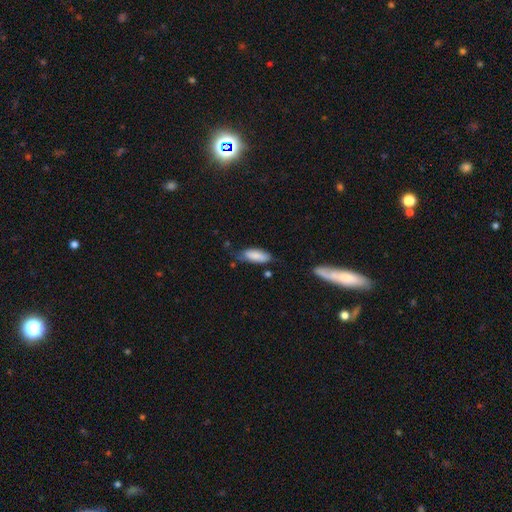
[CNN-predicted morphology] Smooth or featured? smooth (83%)
How rounded? in between (74%)
Merging? none (57%)